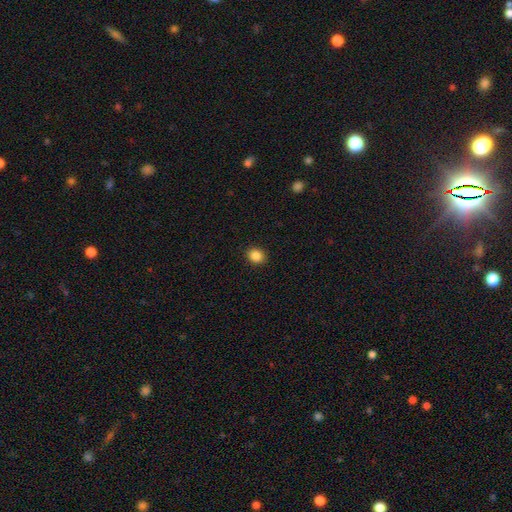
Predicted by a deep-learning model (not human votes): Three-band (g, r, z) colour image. It shows a smooth galaxy with no disk features (87%) that is round (68%). Merging: none (91%).